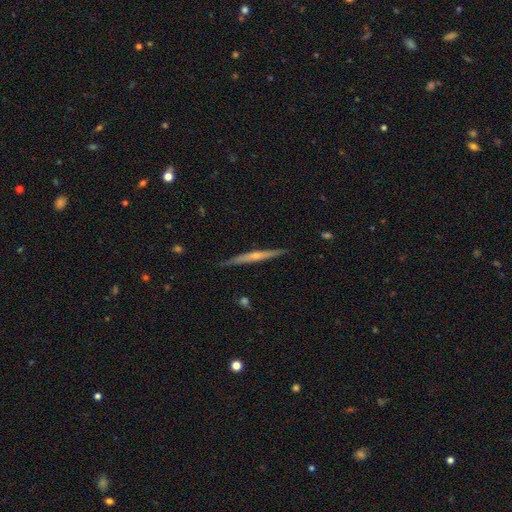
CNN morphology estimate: A featured or disk galaxy (67%) viewed edge-on (98%) with a rounded central bulge (59%).

Vote fractions:
- Smooth or featured? featured or disk: 67% / smooth: 27% / star or artifact: 6%
- Edge-on disk? yes: 98% / no: 2%
- Edge-on bulge? rounded: 59% / none: 35% / boxy: 5%
- Merging? none: 89% / minor disturbance: 8% / major disturbance: 1% / merger: 1%